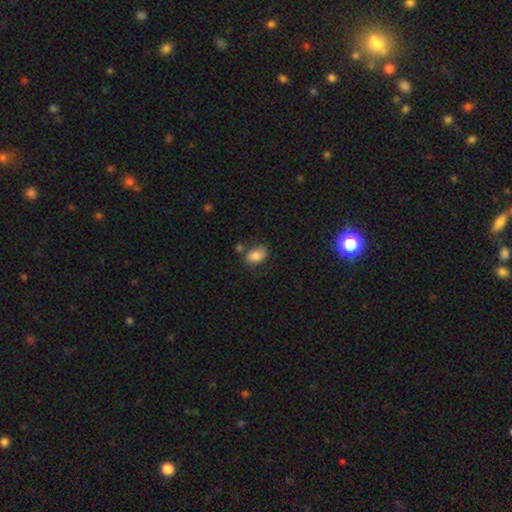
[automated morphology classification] smooth-or-featured: smooth: 83% | featured or disk: 9% | star or artifact: 8%
  how-rounded: in between: 86% | round: 12% | cigar-shaped: 1%
  merging: none: 65% | minor disturbance: 19% | merger: 11% | major disturbance: 5%